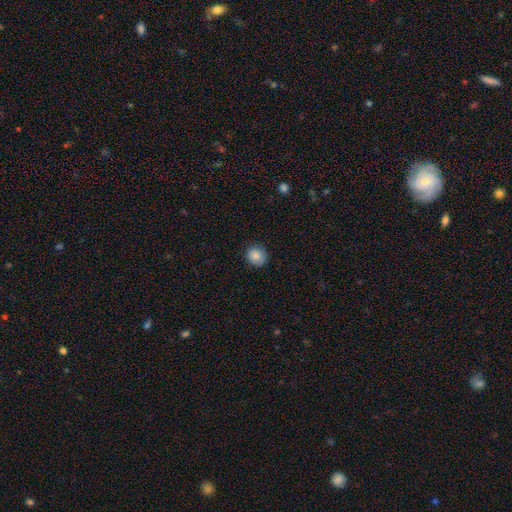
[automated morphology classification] Overall: smooth (87%). How rounded: round (85%). Merging: none (87%).